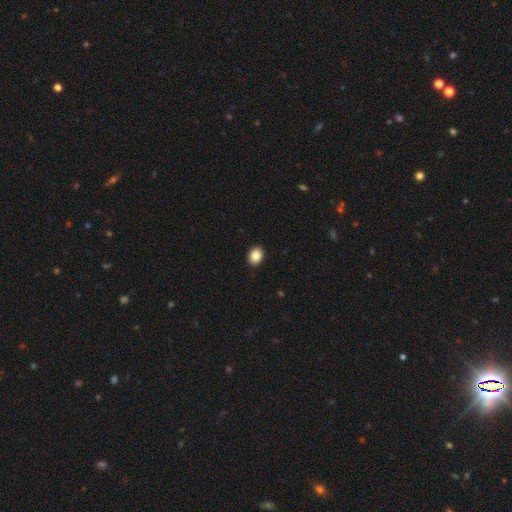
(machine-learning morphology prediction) Smooth or featured? Predicted: smooth (p=0.86). How rounded? Predicted: in between (p=0.53). Merging? Predicted: none (p=0.92).